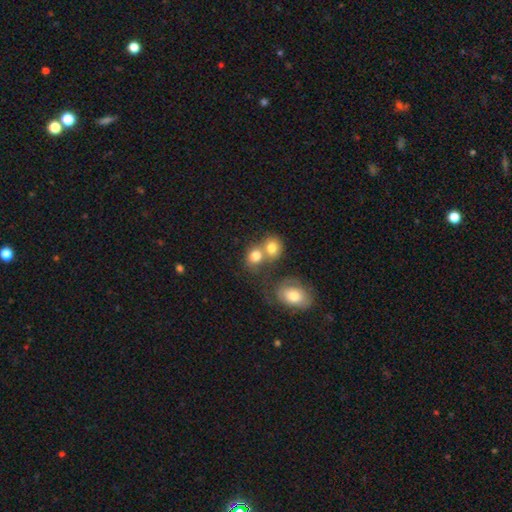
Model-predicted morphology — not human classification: This is likely a smooth galaxy (76%). How rounded: likely round (64%). Merging: possibly merger (52%).